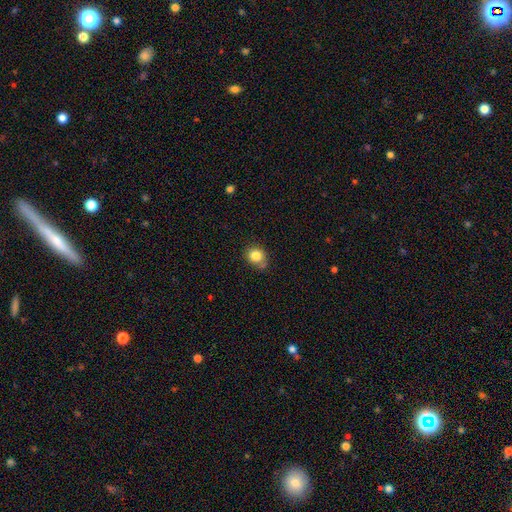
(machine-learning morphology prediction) smooth-or-featured: smooth: 84% | star or artifact: 10% | featured or disk: 6%
  how-rounded: round: 77% | in between: 23% | cigar-shaped: 1%
  merging: none: 66% | minor disturbance: 23% | merger: 6% | major disturbance: 5%